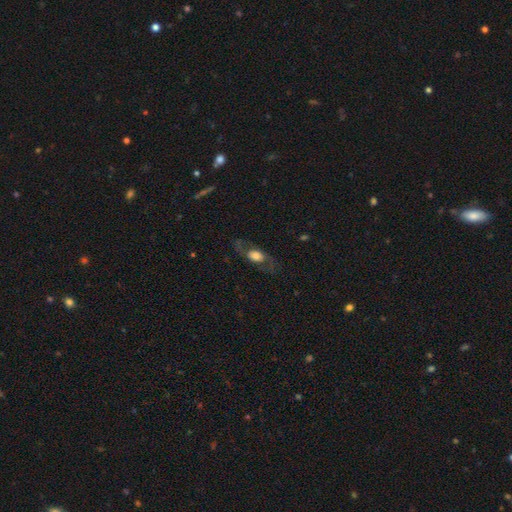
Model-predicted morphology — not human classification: type=featured or disk (51%); edge-on=no (78%); merging=none (66%).